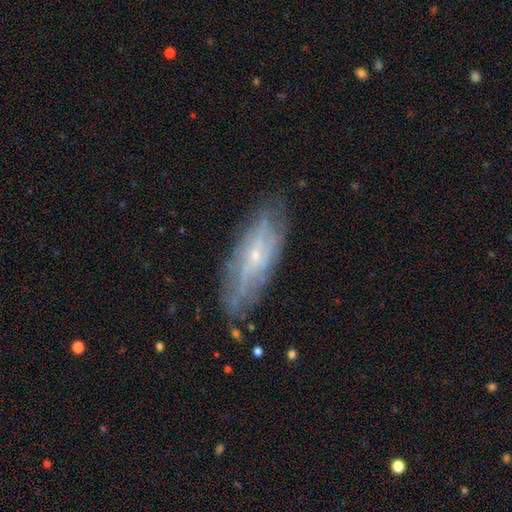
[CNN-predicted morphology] type=featured or disk (66%); edge-on=no (70%); merging=none (74%).